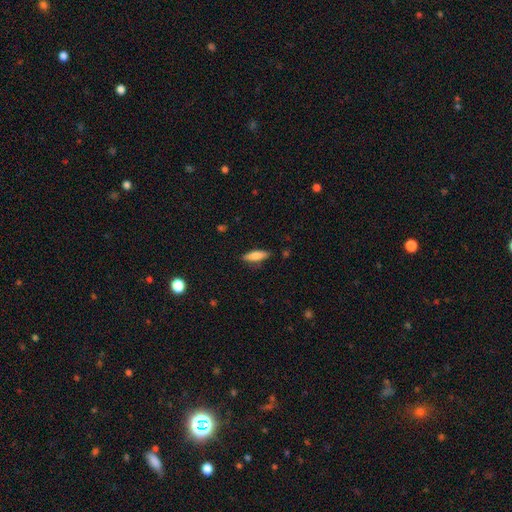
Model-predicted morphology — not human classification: The model was most divided on "how rounded": in between: 52%, cigar-shaped: 46%, round: 2%. More confident: merging — none (84%); smooth or featured — smooth (78%).